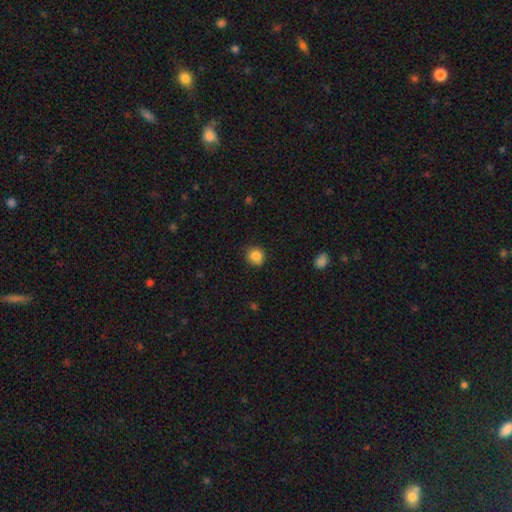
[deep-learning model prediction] Morphology: type=smooth (85%); roundness=round (88%); merging=none (81%).